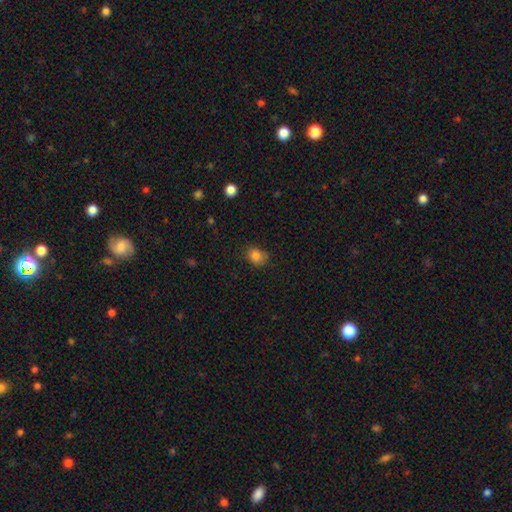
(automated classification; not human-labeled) smooth-or-featured: smooth: 82% | star or artifact: 12% | featured or disk: 6%
  how-rounded: round: 59% | in between: 40% | cigar-shaped: 1%
  merging: none: 67% | minor disturbance: 24% | major disturbance: 6% | merger: 2%